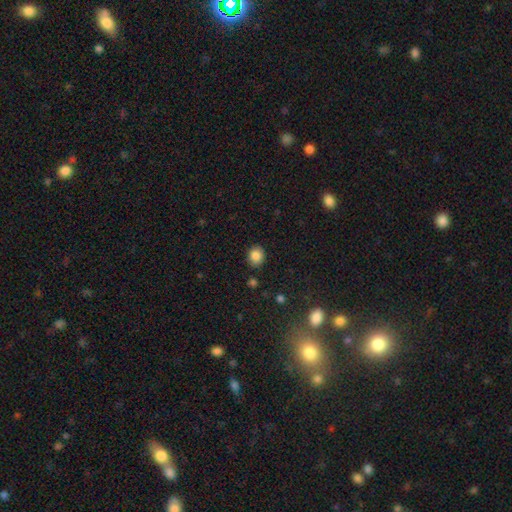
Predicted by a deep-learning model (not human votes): This appears to be a smooth galaxy with no disk features (84%) that is round (72%). Merging: none (87%).